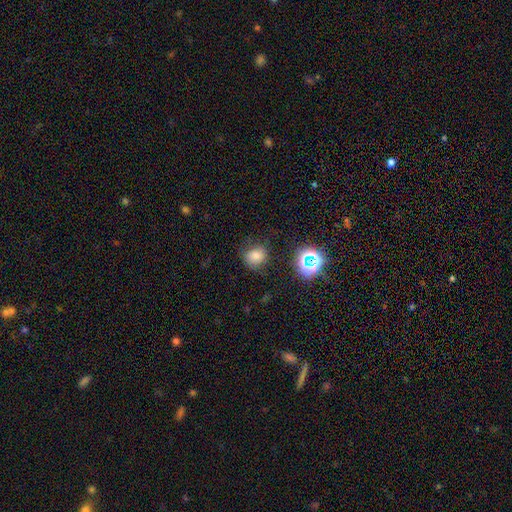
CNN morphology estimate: This is likely a smooth galaxy (73%). How rounded: likely round (76%). Merging: likely none (75%).